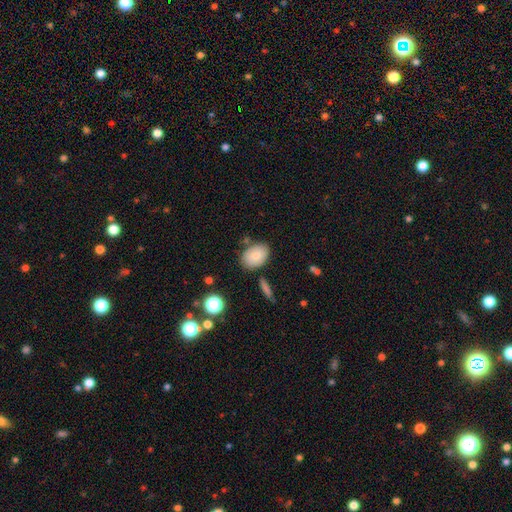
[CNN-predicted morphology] Smooth or featured? smooth (74%)
How rounded? in between (78%)
Merging? none (74%)